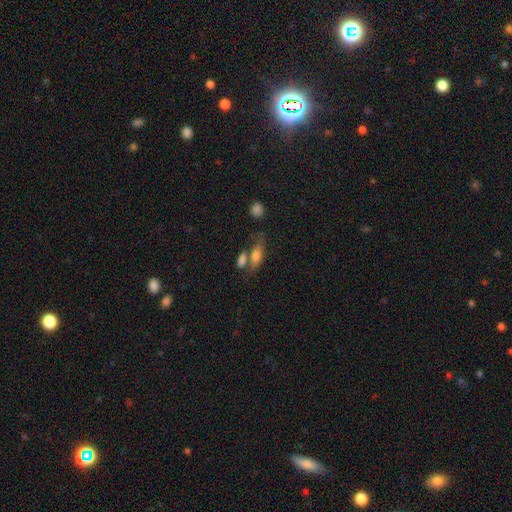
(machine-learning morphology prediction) Smooth or featured: smooth — 70% (featured or disk — 21%)
How rounded: in between — 67% (cigar-shaped — 28%)
Merging: none — 44% (merger — 33%)